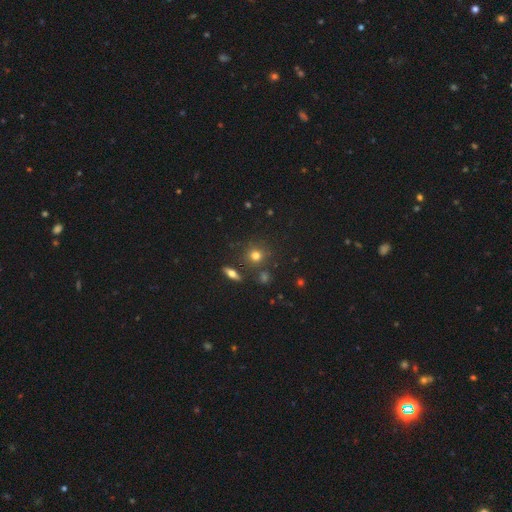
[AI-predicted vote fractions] Overall: smooth (73%). How rounded: round (87%). Merging: none (81%).